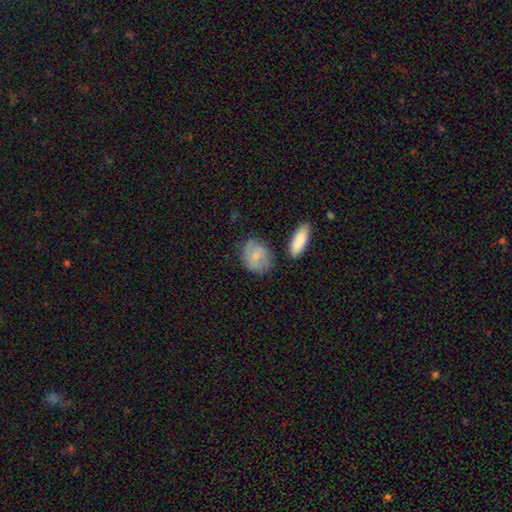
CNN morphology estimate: smooth-or-featured: smooth: 70% | featured or disk: 24% | star or artifact: 6%
  how-rounded: in between: 52% | round: 46% | cigar-shaped: 2%
  merging: none: 65% | minor disturbance: 23% | major disturbance: 7% | merger: 6%